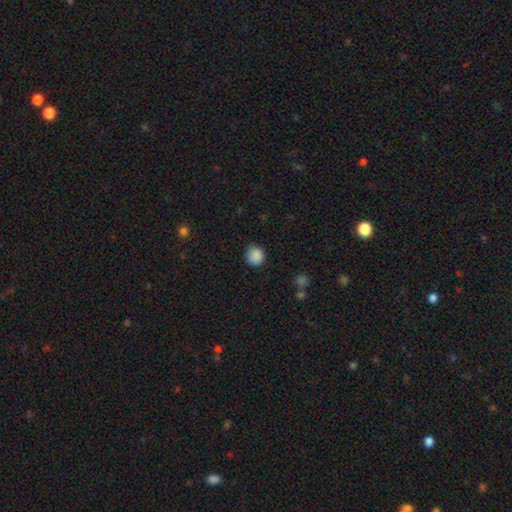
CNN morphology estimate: smooth 88%, star or artifact 9%, featured or disk 3%. Down the decision tree: how rounded — round (90%); merging — none (88%).